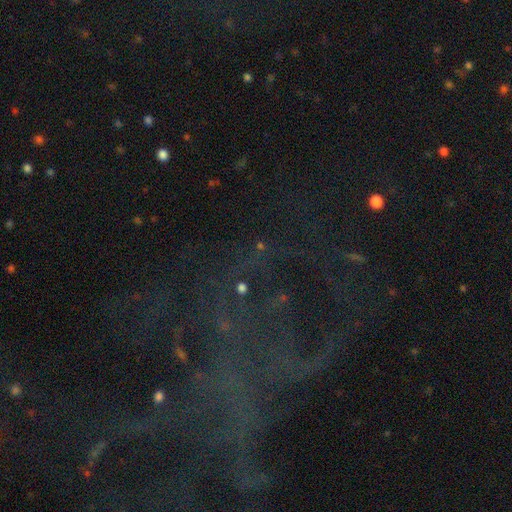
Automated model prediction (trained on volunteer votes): The model was most divided on "smooth or featured": star or artifact: 62%, featured or disk: 25%, smooth: 13%.